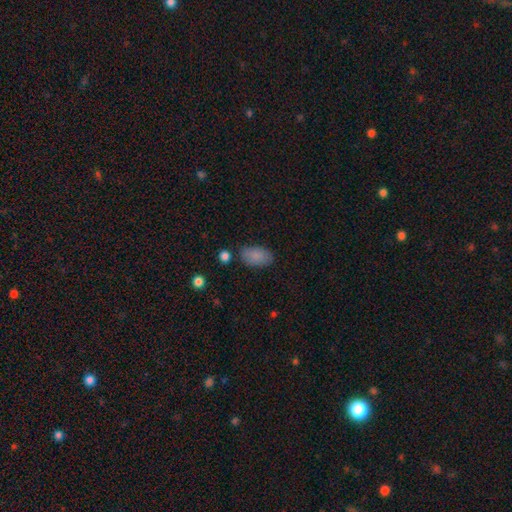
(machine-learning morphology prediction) This appears to be a smooth galaxy with no disk features (86%) that is in between round and cigar-shaped (93%). Merging: none (77%).